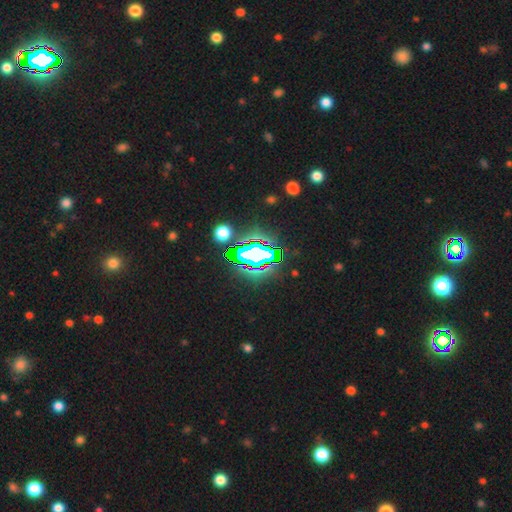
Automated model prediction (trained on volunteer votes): Overall: star or artifact (68%).